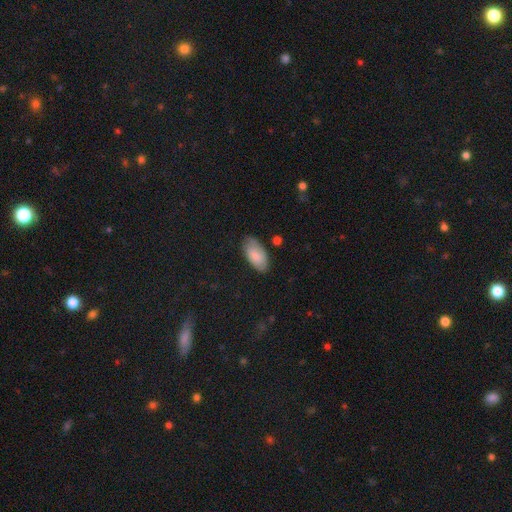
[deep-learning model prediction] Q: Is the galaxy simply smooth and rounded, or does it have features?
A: smooth — 81%.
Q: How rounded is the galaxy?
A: in between — 94%.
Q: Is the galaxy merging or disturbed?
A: none — 75%.